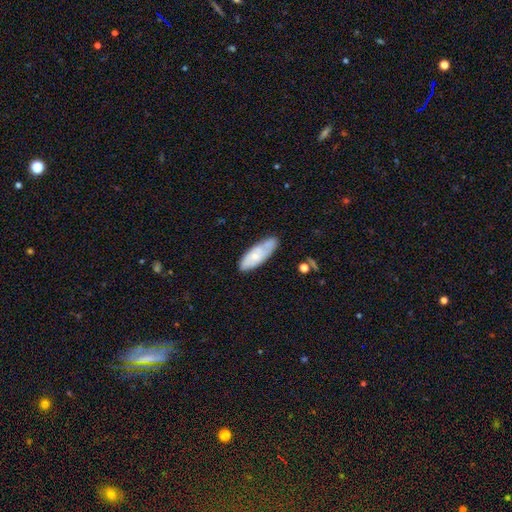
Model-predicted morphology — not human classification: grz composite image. It shows a smooth galaxy with no disk features (60%) that is in between round and cigar-shaped (62%). Merging: none (61%).